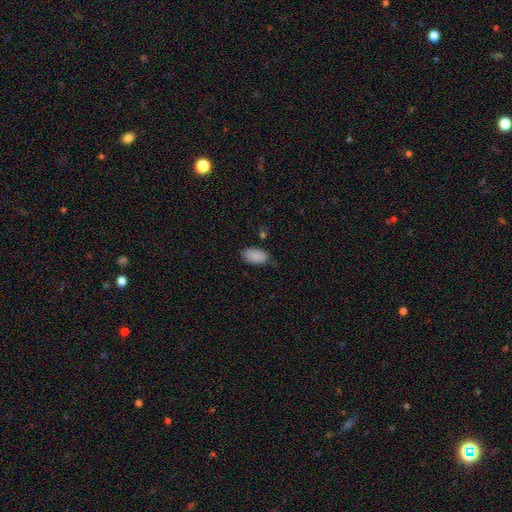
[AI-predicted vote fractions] Smooth or featured? smooth (88%)
How rounded? in between (95%)
Merging? none (72%)